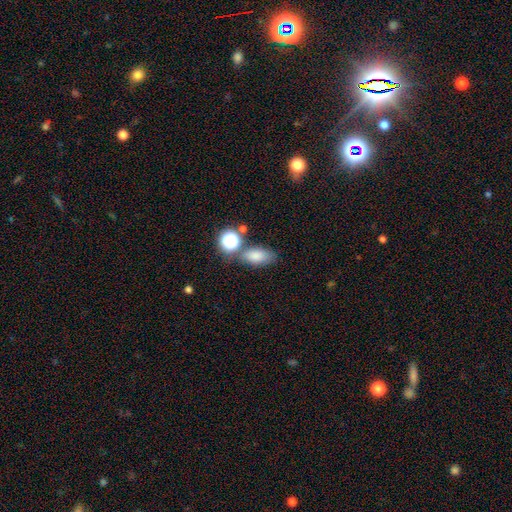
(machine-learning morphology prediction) Overall: smooth (78%). How rounded: in between (84%). Merging: none (66%).